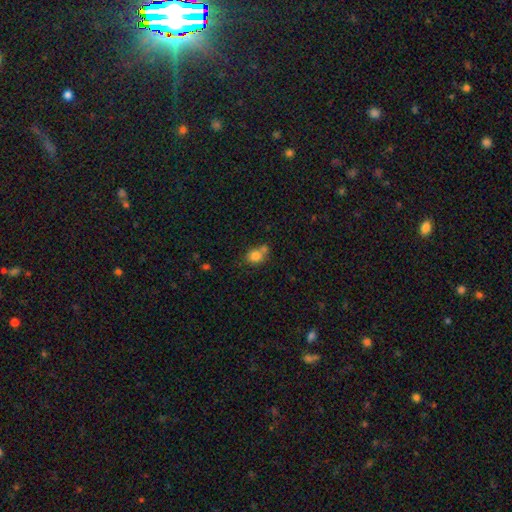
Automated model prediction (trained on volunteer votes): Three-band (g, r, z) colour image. It shows a smooth galaxy with no disk features (80%) that is round (71%). Merging: none (48%).